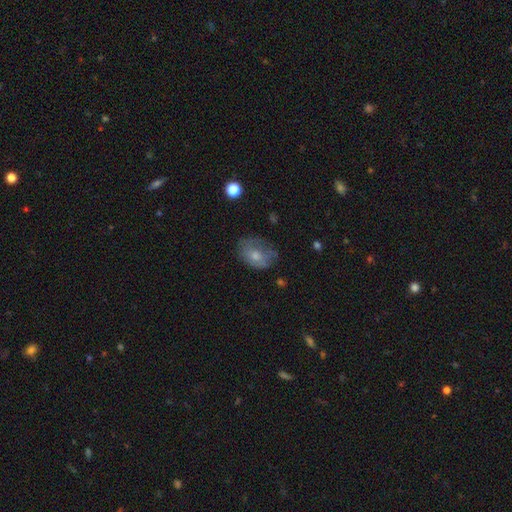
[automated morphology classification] smooth-or-featured: smooth: 61% | featured or disk: 30% | star or artifact: 9%
  how-rounded: in between: 70% | round: 29% | cigar-shaped: 1%
  merging: none: 52% | minor disturbance: 29% | major disturbance: 17% | merger: 2%